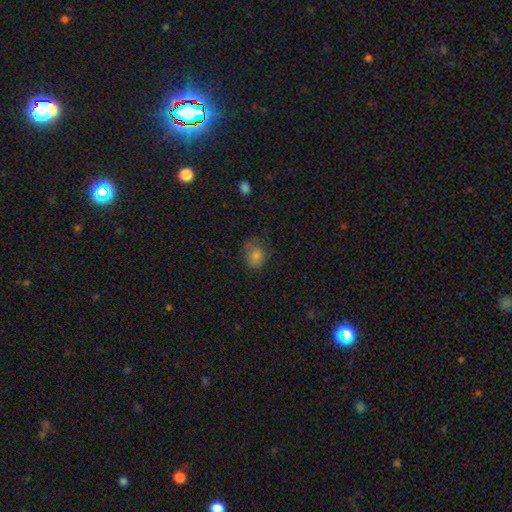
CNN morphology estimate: smooth 72%, star or artifact 16%, featured or disk 12%. Down the decision tree: how rounded — round (64%); merging — none (59%).